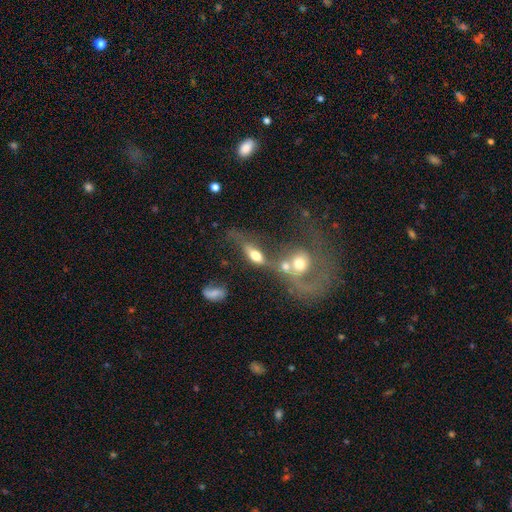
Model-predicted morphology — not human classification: This appears to be a smooth galaxy with no disk features (51%) that is in between round and cigar-shaped (72%). Merging: merger (56%).